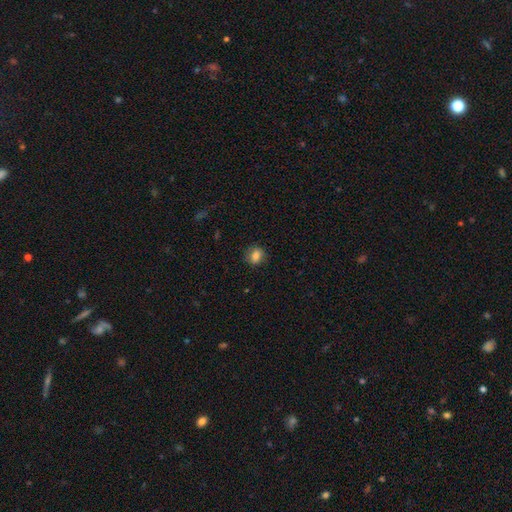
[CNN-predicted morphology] This appears to be a smooth galaxy with no disk features (82%) that is round (50%). Merging: none (80%).